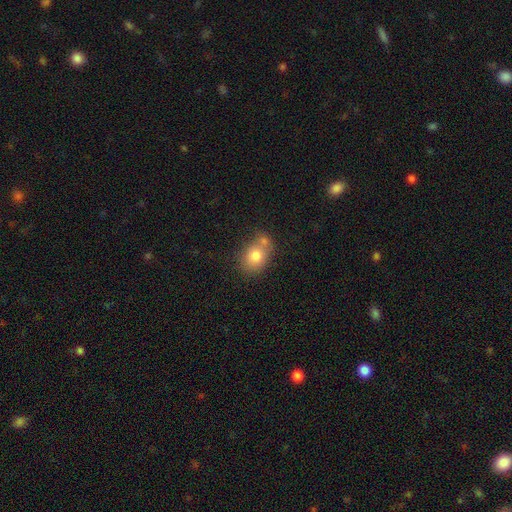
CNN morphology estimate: Smooth or featured? Predicted: smooth (p=0.78). How rounded? Predicted: in between (p=0.58). Merging? Predicted: none (p=0.47).